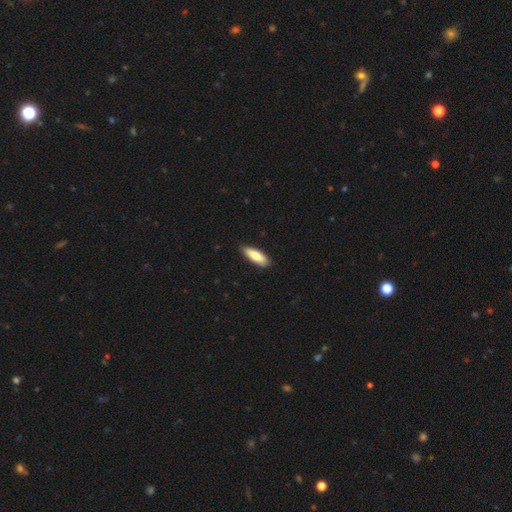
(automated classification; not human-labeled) This is clearly a smooth galaxy (83%). How rounded: possibly in between (59%). Merging: clearly none (85%).